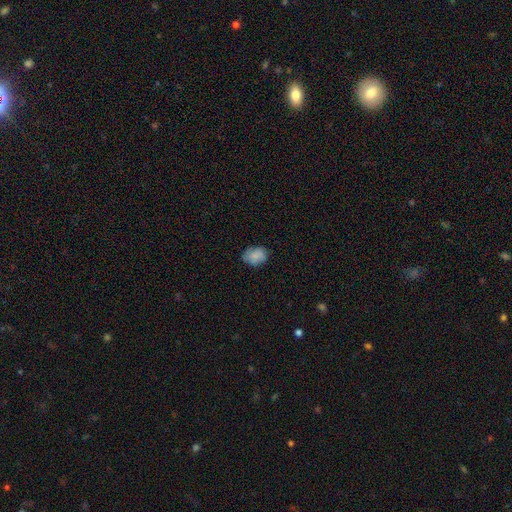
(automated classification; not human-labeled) Q: Smooth or featured?
A: smooth (81%); runner-up: featured or disk (11%)
Q: How rounded?
A: in between (68%); runner-up: round (31%)
Q: Merging?
A: none (77%); runner-up: minor disturbance (18%)